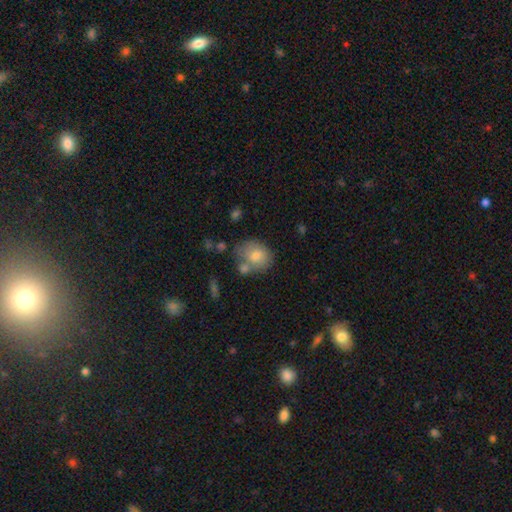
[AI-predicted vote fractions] Smooth or featured: smooth — 76% (featured or disk — 15%)
How rounded: round — 55% (in between — 44%)
Merging: none — 57% (merger — 19%)